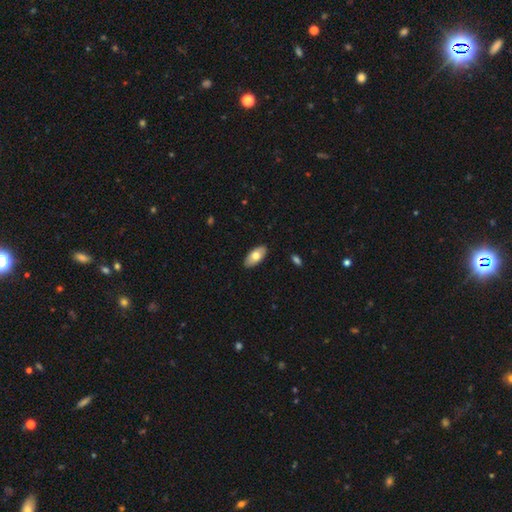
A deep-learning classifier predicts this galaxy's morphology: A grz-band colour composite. It shows a smooth galaxy with no disk features (72%) that is in between round and cigar-shaped (93%). Merging: none (88%).